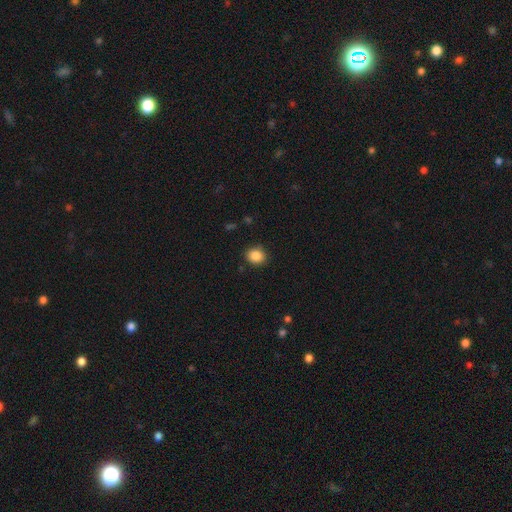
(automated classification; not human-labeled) smooth-or-featured: smooth: 87% | star or artifact: 9% | featured or disk: 4%
  how-rounded: round: 69% | in between: 30% | cigar-shaped: 1%
  merging: none: 88% | minor disturbance: 9% | major disturbance: 2% | merger: 1%